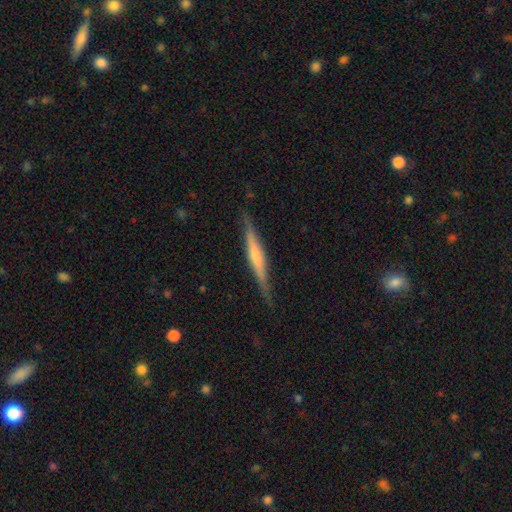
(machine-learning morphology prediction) A featured or disk galaxy (62%) viewed edge-on (97%) with a rounded central bulge (43%). Merging: none (85%).